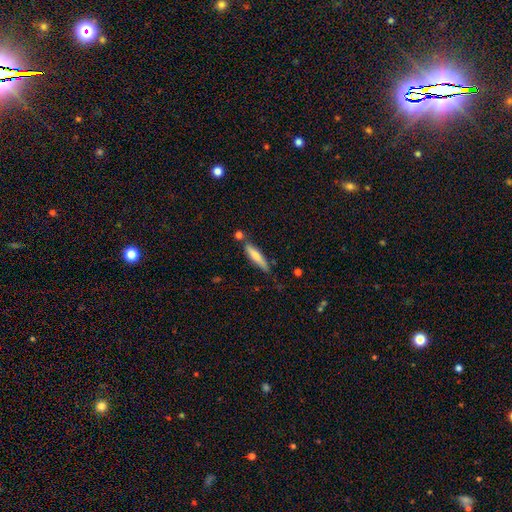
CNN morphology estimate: The model was most divided on "smooth or featured": smooth: 68%, featured or disk: 26%, star or artifact: 6%. More confident: how rounded — cigar-shaped (83%); merging — none (71%).